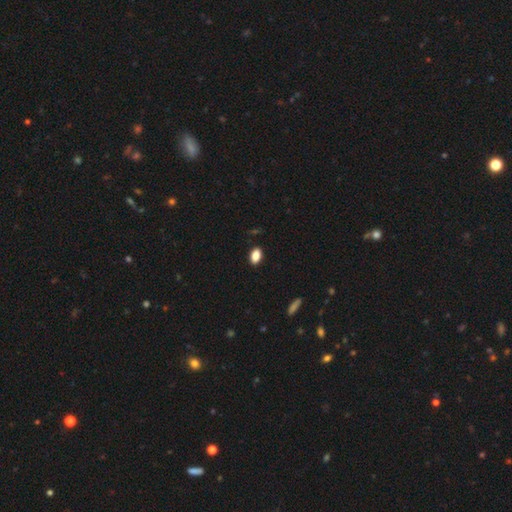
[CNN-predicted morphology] smooth-or-featured: smooth: 86% | star or artifact: 9% | featured or disk: 5%
  how-rounded: in between: 88% | round: 10% | cigar-shaped: 2%
  merging: none: 89% | minor disturbance: 9% | major disturbance: 2% | merger: 1%